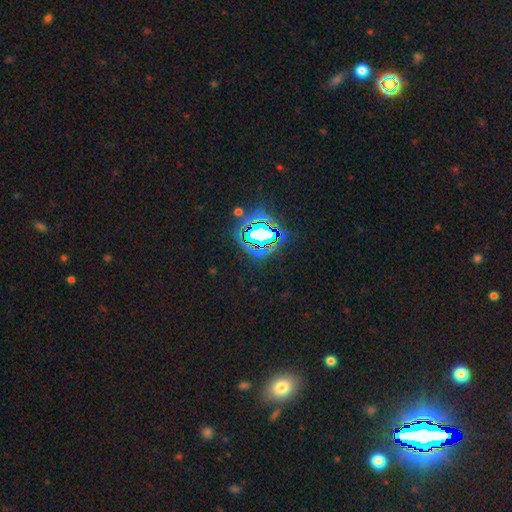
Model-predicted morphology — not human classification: type=star or artifact (77%).